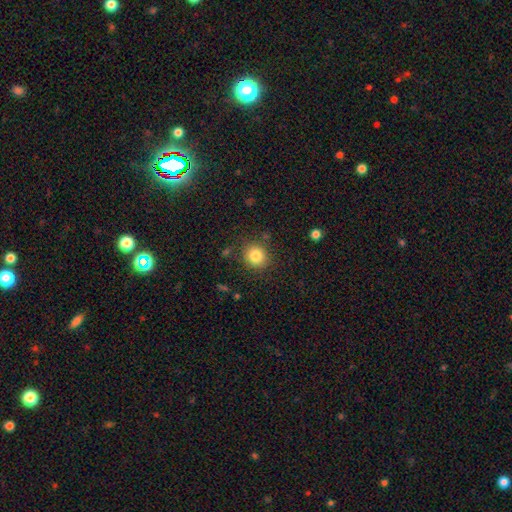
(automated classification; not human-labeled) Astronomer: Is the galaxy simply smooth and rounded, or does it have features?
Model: smooth — 83%.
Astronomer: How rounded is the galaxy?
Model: round — 85%.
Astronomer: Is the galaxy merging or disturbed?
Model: none — 85%.